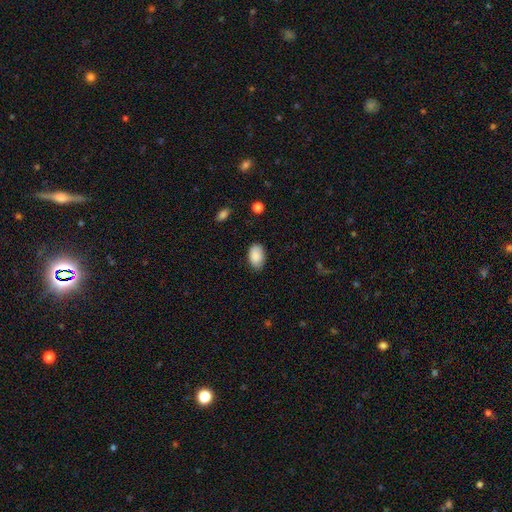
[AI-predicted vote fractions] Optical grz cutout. It shows a smooth galaxy with no disk features (89%) that is in between round and cigar-shaped (92%). Merging: none (77%).